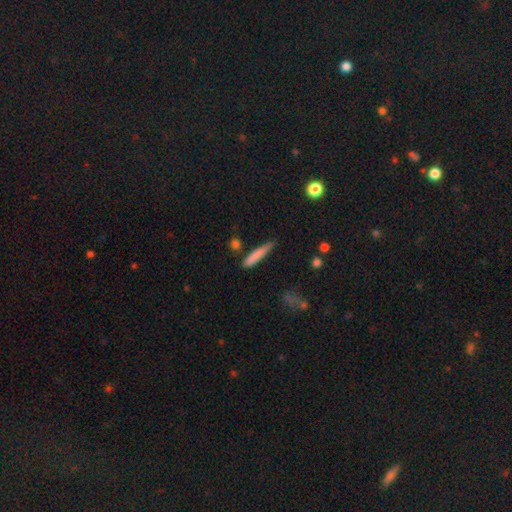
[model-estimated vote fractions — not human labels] Overall: smooth (79%). How rounded: cigar-shaped (91%). Merging: none (71%).